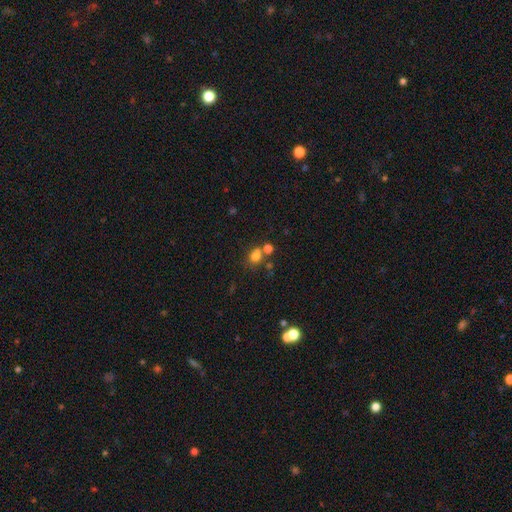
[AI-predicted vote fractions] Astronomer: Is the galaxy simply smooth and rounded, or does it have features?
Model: smooth — 75%.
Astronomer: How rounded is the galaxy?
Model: round — 61% (runner-up: in between, 38%).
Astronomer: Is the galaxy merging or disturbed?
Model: none — 48% (runner-up: merger, 34%).